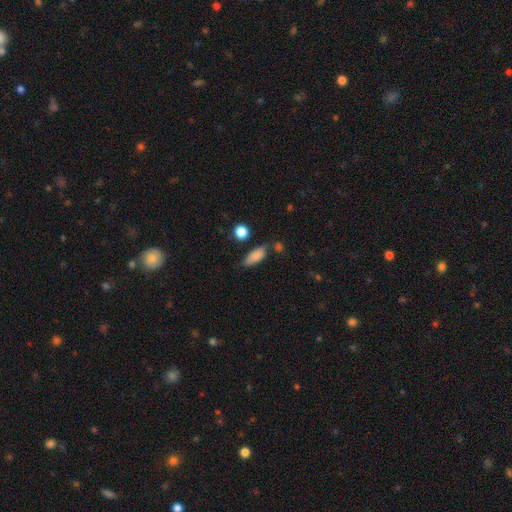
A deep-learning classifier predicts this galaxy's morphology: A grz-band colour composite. It shows a smooth galaxy with no disk features (82%) that is in between round and cigar-shaped (73%). Merging: none (64%).